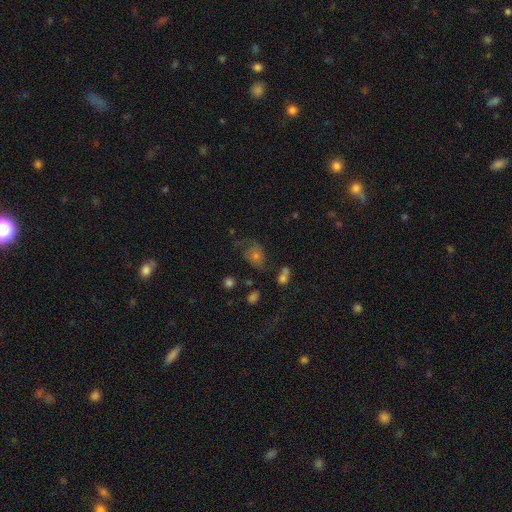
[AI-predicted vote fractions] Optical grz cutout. It shows a smooth galaxy with no disk features (41%). Merging: none (47%).